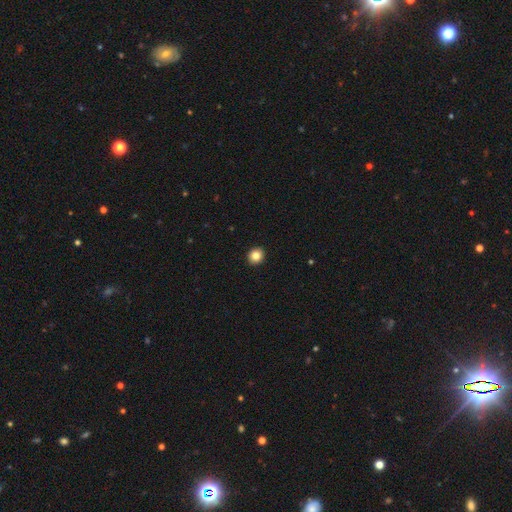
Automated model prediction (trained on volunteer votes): Smooth or featured? Predicted: smooth (p=0.84). How rounded? Predicted: round (p=0.77). Merging? Predicted: none (p=0.93).